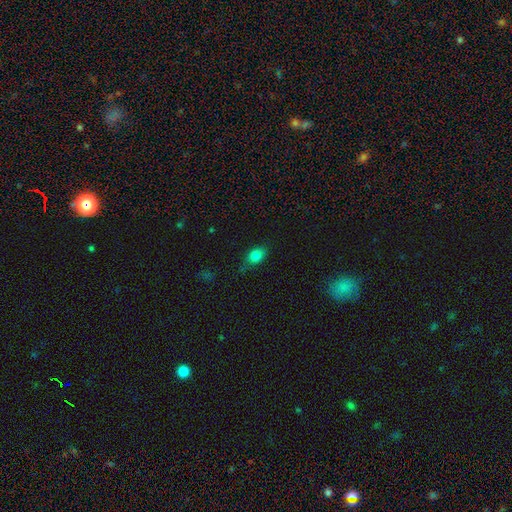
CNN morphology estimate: A smooth galaxy with no disk features (81%) that is in between round and cigar-shaped (74%).

Vote fractions:
- Smooth or featured? smooth: 81% / star or artifact: 11% / featured or disk: 9%
- How rounded? in between: 74% / round: 23% / cigar-shaped: 3%
- Merging? none: 70% / minor disturbance: 22% / major disturbance: 5% / merger: 3%